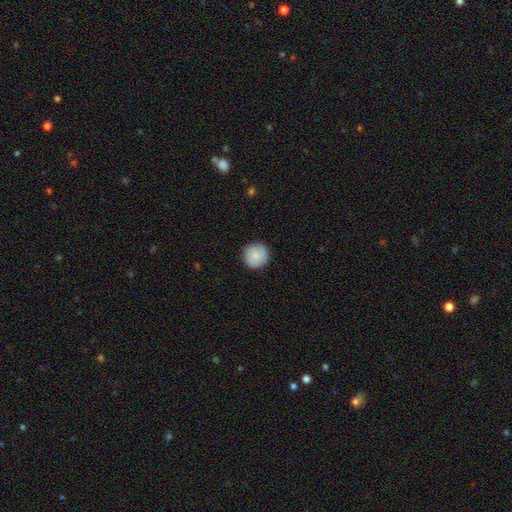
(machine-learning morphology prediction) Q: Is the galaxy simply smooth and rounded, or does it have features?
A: smooth — 84%.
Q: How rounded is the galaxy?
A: round — 95%.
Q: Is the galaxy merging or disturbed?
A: none — 90%.